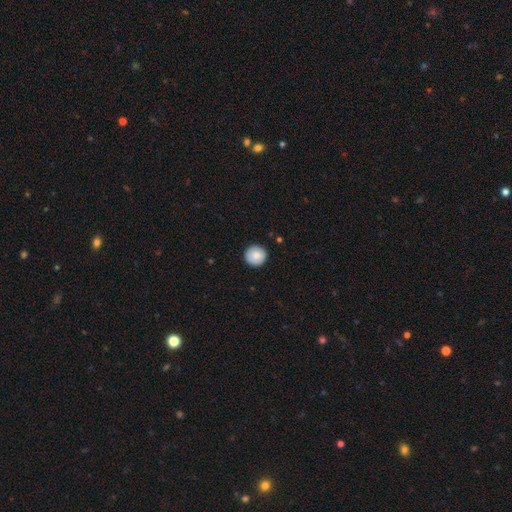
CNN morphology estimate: Smooth or featured: smooth — 85% (featured or disk — 8%)
How rounded: round — 95% (in between — 4%)
Merging: none — 91% (minor disturbance — 7%)